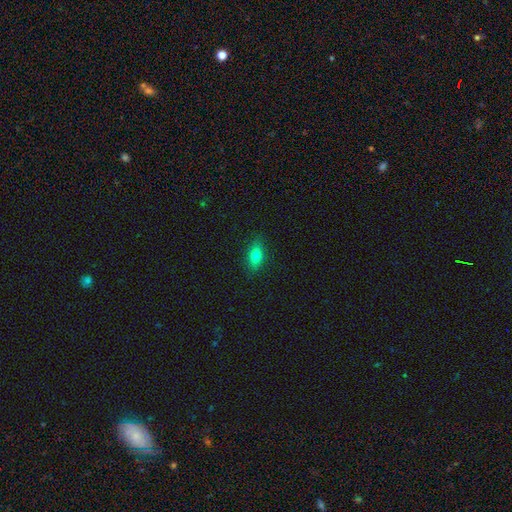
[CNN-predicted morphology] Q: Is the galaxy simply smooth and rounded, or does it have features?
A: smooth — 75%.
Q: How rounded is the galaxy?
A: in between — 78%.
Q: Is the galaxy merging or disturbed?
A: none — 87%.